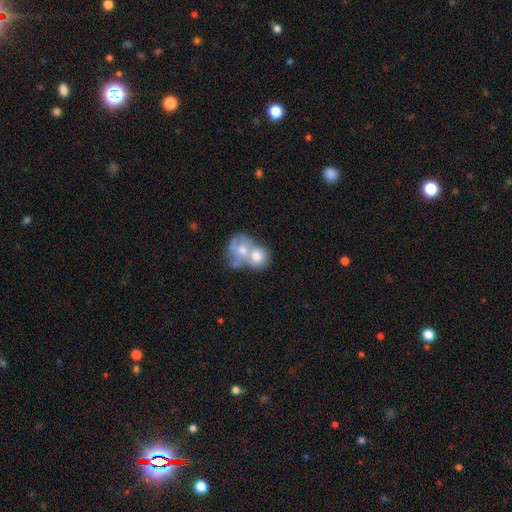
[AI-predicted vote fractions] smooth_or_featured: smooth (p=0.58) [alt: featured or disk p=0.34]
how_rounded: round (p=0.60) [alt: in between p=0.39]
merging: merger (p=0.76) [alt: none p=0.14]